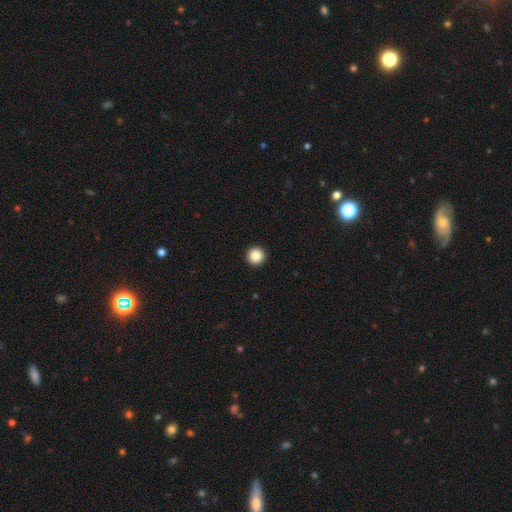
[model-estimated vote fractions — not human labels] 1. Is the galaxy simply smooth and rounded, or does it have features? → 87% smooth, 10% star or artifact, 4% featured or disk.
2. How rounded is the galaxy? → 97% round, 2% in between, 1% cigar-shaped.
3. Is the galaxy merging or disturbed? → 94% none, 4% minor disturbance, 1% major disturbance, 1% merger.